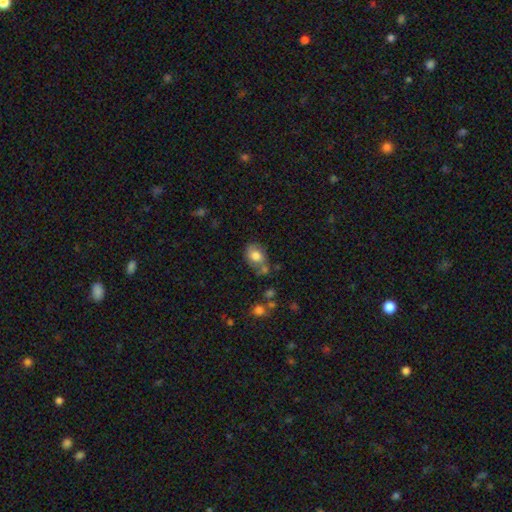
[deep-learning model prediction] smooth_or_featured: smooth (p=0.70) [alt: featured or disk p=0.21]
how_rounded: in between (p=0.65) [alt: round p=0.34]
merging: none (p=0.51) [alt: minor disturbance p=0.25]